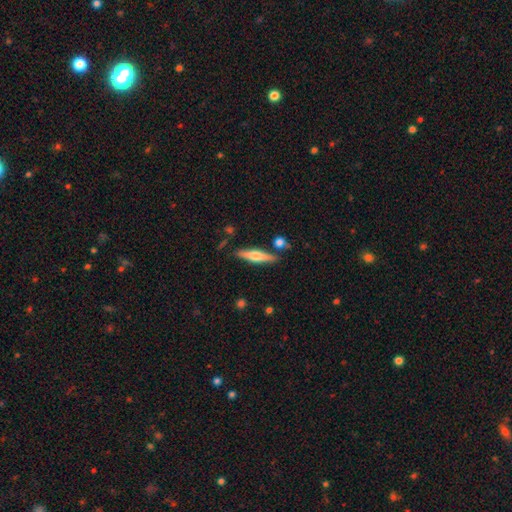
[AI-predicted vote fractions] smooth_or_featured: featured or disk (p=0.53) [alt: smooth p=0.41]
disk_edge_on: yes (p=0.95) [alt: no p=0.05]
edge_on_bulge: rounded (p=0.86) [alt: boxy p=0.08]
merging: none (p=0.82) [alt: minor disturbance p=0.10]